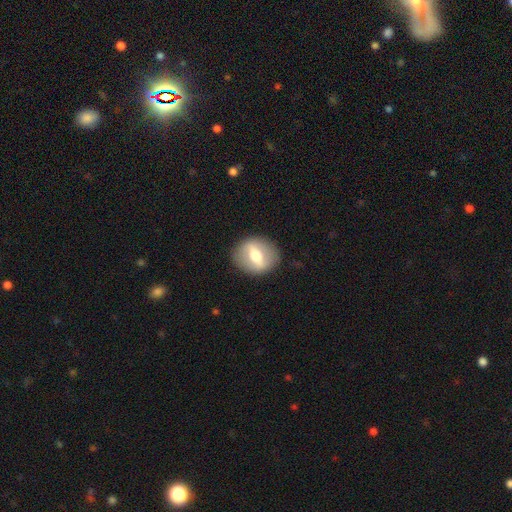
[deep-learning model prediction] smooth_or_featured: featured or disk (p=0.51) [alt: smooth p=0.42]
disk_edge_on: no (p=0.79) [alt: yes p=0.21]
merging: none (p=0.87) [alt: minor disturbance p=0.09]